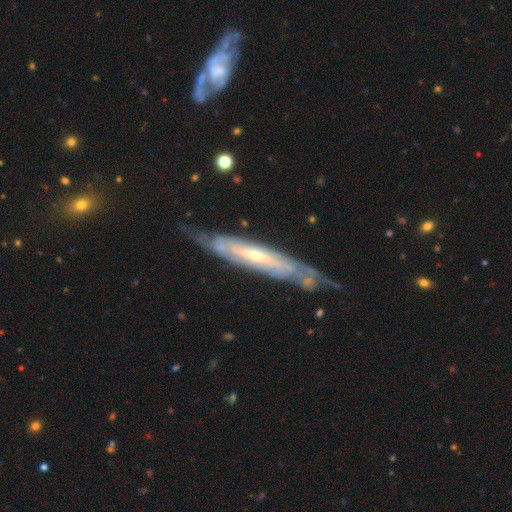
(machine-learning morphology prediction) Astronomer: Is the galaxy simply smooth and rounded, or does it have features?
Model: featured or disk — 81%.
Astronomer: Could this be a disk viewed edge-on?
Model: no — 53% (runner-up: yes, 47%).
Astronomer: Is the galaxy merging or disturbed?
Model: none — 65%.